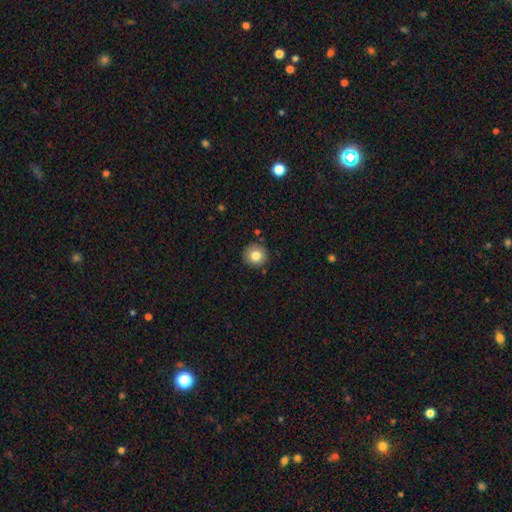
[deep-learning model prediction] A smooth galaxy with no disk features (81%) that is round (94%).

Vote fractions:
- Smooth or featured? smooth: 81% / star or artifact: 10% / featured or disk: 9%
- How rounded? round: 94% / in between: 5% / cigar-shaped: 1%
- Merging? none: 88% / minor disturbance: 8% / merger: 2% / major disturbance: 2%